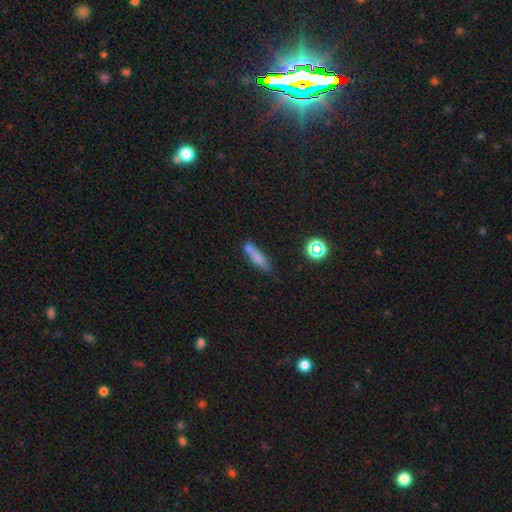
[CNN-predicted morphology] smooth 69%, featured or disk 19%, star or artifact 12%. Down the decision tree: how rounded — cigar-shaped (78%); merging — none (61%).